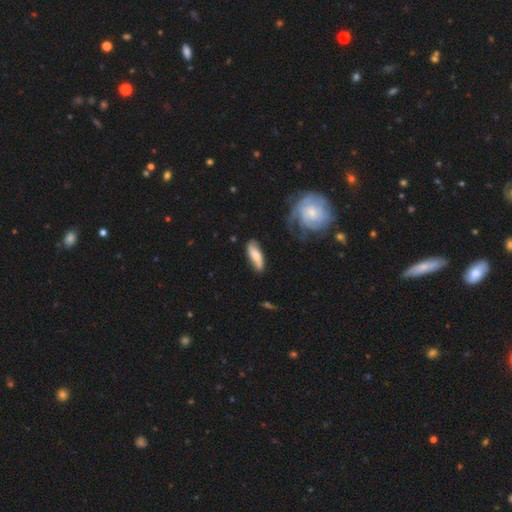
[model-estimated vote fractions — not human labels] A smooth galaxy with no disk features (58%) that is in between round and cigar-shaped (52%). Merging: none (71%).